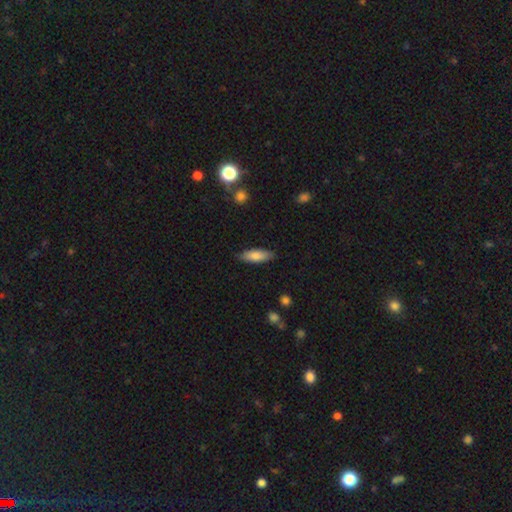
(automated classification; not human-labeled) Overall: smooth (79%). How rounded: in between (60%; cigar-shaped 38%). Merging: none (85%).